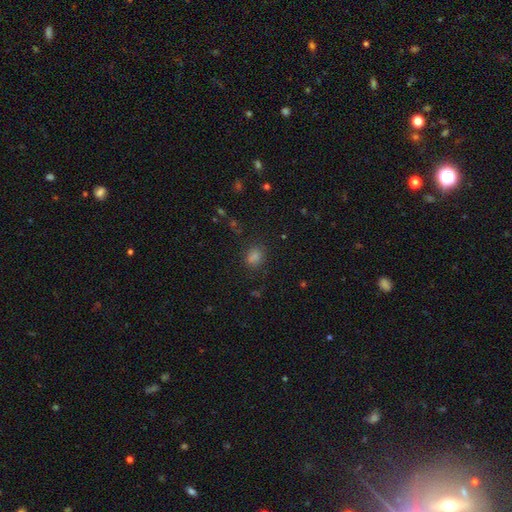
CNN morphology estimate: Overall: smooth (73%). How rounded: round (55%; in between 44%). Merging: none (84%).